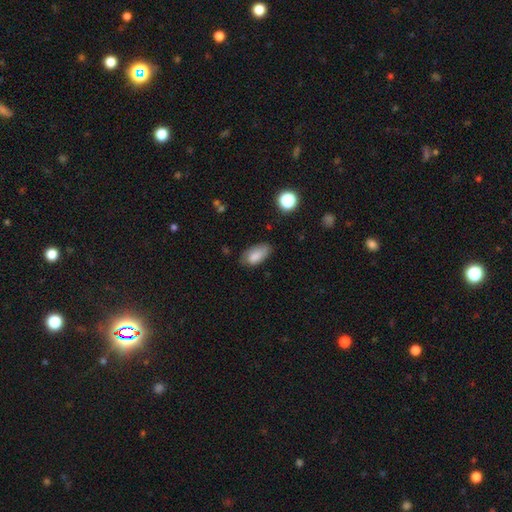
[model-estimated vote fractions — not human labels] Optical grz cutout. It shows a smooth galaxy with no disk features (81%) that is in between round and cigar-shaped (92%). Merging: none (67%).